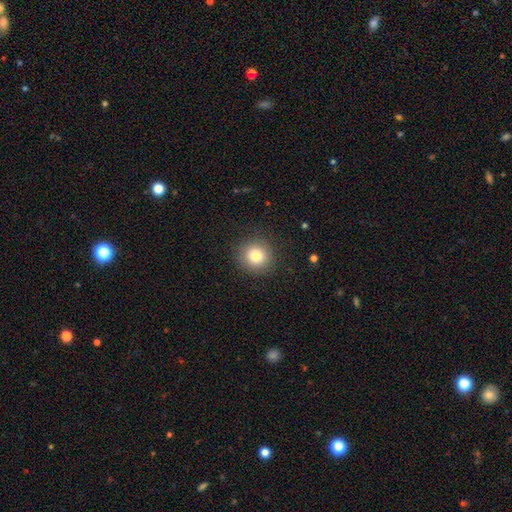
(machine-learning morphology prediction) A smooth galaxy with no disk features (80%) that is round (91%). Merging: none (88%).